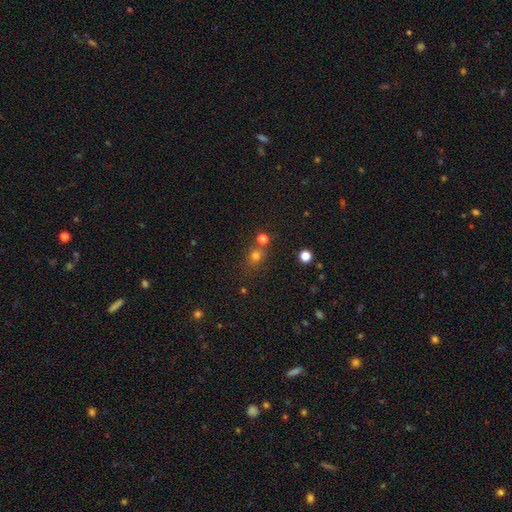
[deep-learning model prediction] Morphology: type=smooth (67%); roundness=round (69%); merging=none (63%).